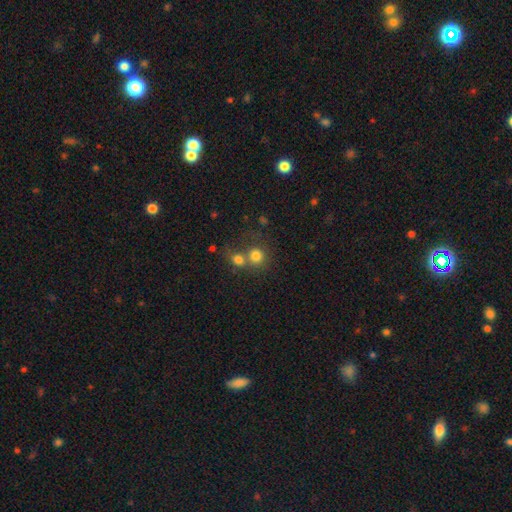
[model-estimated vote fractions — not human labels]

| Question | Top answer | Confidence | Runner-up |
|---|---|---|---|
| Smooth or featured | smooth | 77% | star or artifact (13%) |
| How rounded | round | 85% | in between (14%) |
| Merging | merger | 48% | none (41%) |